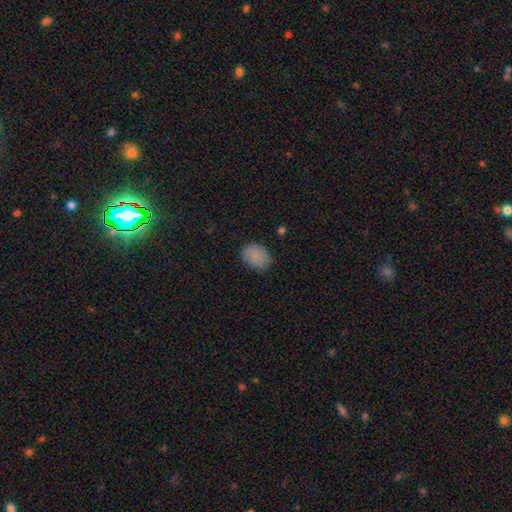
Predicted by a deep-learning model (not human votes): This is clearly a smooth galaxy (87%). How rounded: likely in between (68%). Merging: clearly none (82%).